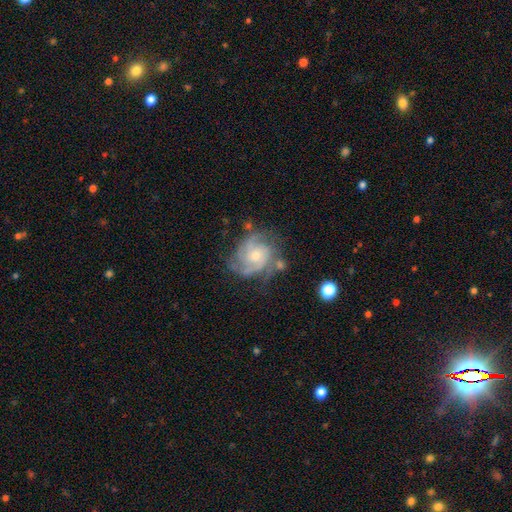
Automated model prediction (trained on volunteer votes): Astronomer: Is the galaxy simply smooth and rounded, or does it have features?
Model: featured or disk — 84%.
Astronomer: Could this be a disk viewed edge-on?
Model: no — 98%.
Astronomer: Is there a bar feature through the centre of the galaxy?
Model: no — 70%.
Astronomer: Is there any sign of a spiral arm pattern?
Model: yes — 95%.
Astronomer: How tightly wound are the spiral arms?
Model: tight — 47% (runner-up: medium, 42%).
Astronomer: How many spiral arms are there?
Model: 3 — 39% (runner-up: 2, 22%).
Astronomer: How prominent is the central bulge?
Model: small — 51% (runner-up: moderate, 44%).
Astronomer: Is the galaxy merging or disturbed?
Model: none — 61%.